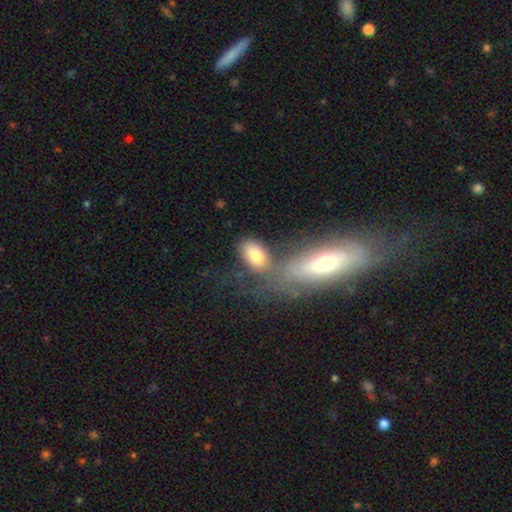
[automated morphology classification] smooth_or_featured: smooth (p=0.76) [alt: featured or disk p=0.16]
how_rounded: in between (p=0.89) [alt: round p=0.08]
merging: none (p=0.44) [alt: merger p=0.32]